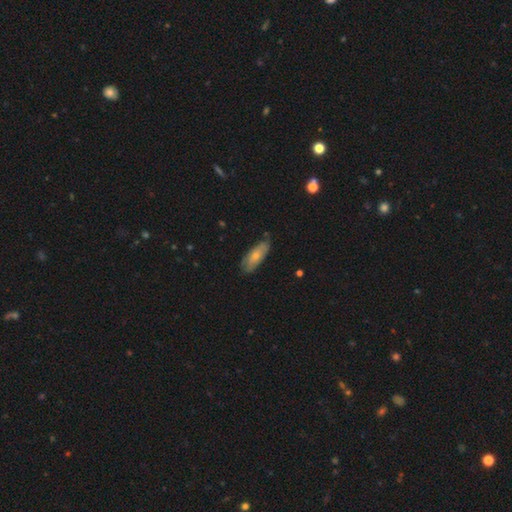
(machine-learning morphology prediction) The model was most divided on "smooth or featured": smooth: 64%, featured or disk: 31%, star or artifact: 6%. More confident: how rounded — in between (72%); merging — none (72%).